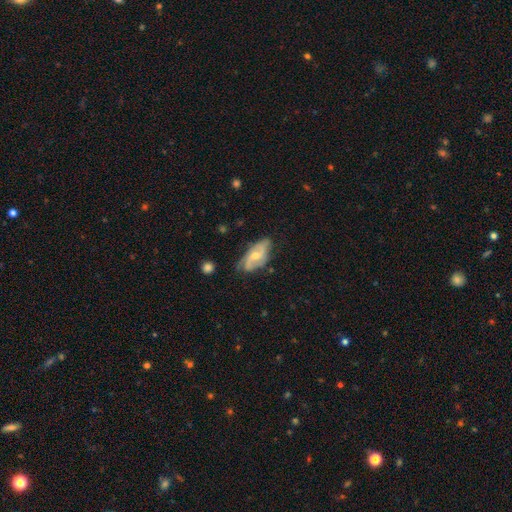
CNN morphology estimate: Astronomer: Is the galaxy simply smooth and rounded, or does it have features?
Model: featured or disk — 68%.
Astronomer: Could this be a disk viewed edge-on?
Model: no — 92%.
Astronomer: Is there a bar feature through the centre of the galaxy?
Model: no — 48% (runner-up: weak, 40%).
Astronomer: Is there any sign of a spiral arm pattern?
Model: yes — 88%.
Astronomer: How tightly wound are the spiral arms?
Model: medium — 42% (runner-up: loose, 39%).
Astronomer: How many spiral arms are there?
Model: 2 — 70%.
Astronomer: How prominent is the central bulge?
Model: moderate — 56% (runner-up: small, 38%).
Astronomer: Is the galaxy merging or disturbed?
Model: none — 60%.